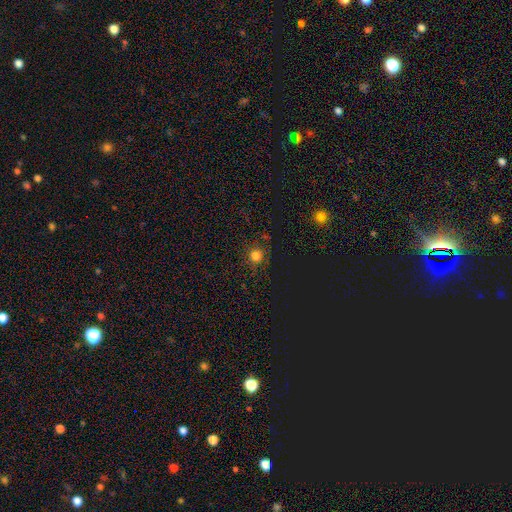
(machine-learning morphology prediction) Smooth or featured? Predicted: smooth (p=0.74). How rounded? Predicted: round (p=0.93). Merging? Predicted: none (p=0.84).